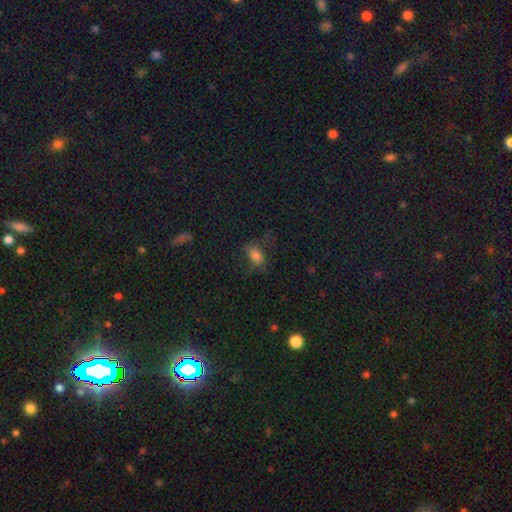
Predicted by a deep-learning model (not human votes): The model was most divided on "merging": none: 56%, minor disturbance: 23%, major disturbance: 19%, merger: 2%. More confident: how rounded — in between (81%); smooth or featured — smooth (71%).